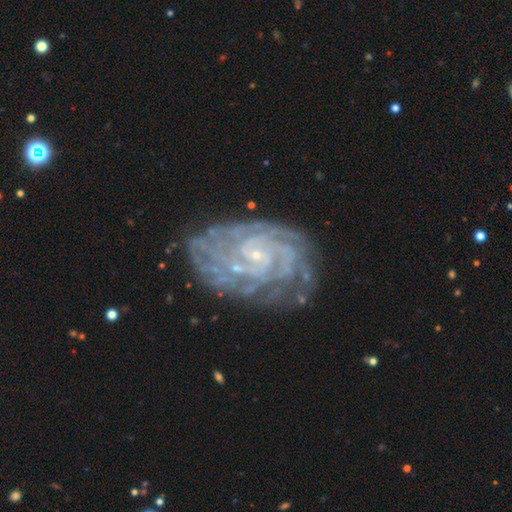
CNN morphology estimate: This is clearly a featured or disk galaxy (89%). It is clearly not viewed edge-on (97%). Bar: likely no (62%). Spiral arm pattern: clearly yes (98%). Spiral arm count: marginally can't tell (23%). Spiral winding: clearly tight (81%). Central bulge: clearly small (86%). Merging: likely none (73%).